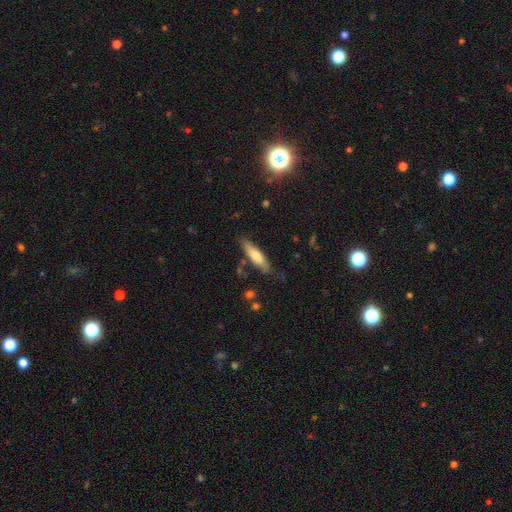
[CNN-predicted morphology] Smooth or featured? smooth (65%)
How rounded? cigar-shaped (65%)
Merging? none (77%)